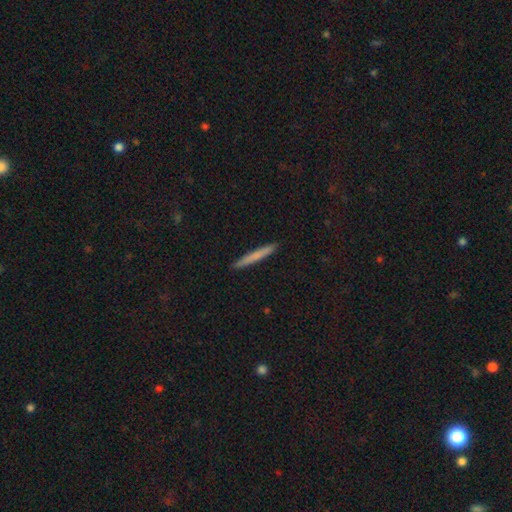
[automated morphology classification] Q: Smooth or featured?
A: smooth (72%); runner-up: featured or disk (22%)
Q: How rounded?
A: cigar-shaped (97%); runner-up: in between (2%)
Q: Merging?
A: none (92%); runner-up: minor disturbance (5%)